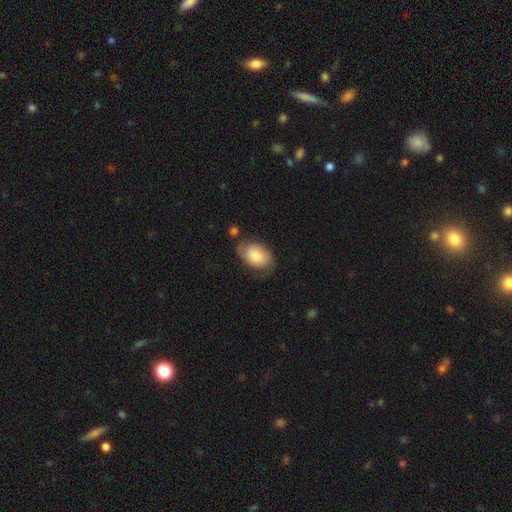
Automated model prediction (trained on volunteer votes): Q: Smooth or featured?
A: smooth (70%); runner-up: featured or disk (23%)
Q: How rounded?
A: in between (86%); runner-up: round (12%)
Q: Merging?
A: none (58%); runner-up: minor disturbance (27%)